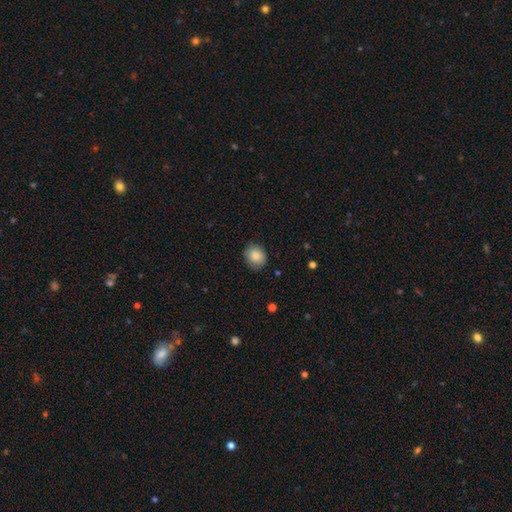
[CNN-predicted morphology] smooth_or_featured: smooth (p=0.85) [alt: star or artifact p=0.08]
how_rounded: round (p=0.67) [alt: in between p=0.32]
merging: none (p=0.83) [alt: minor disturbance p=0.13]